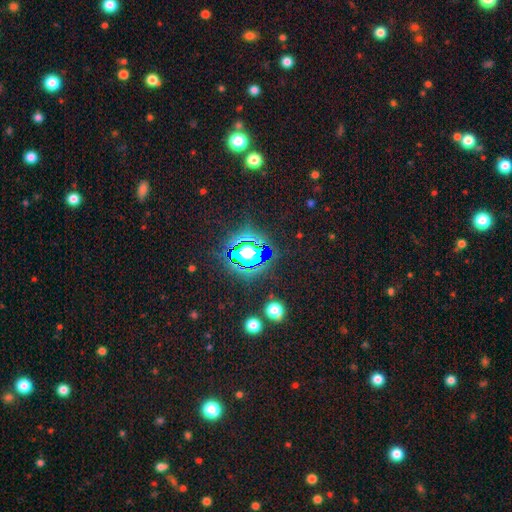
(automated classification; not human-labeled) A star or artifact, not a galaxy (66%).

Vote fractions:
- Smooth or featured? star or artifact: 66% / smooth: 23% / featured or disk: 11%